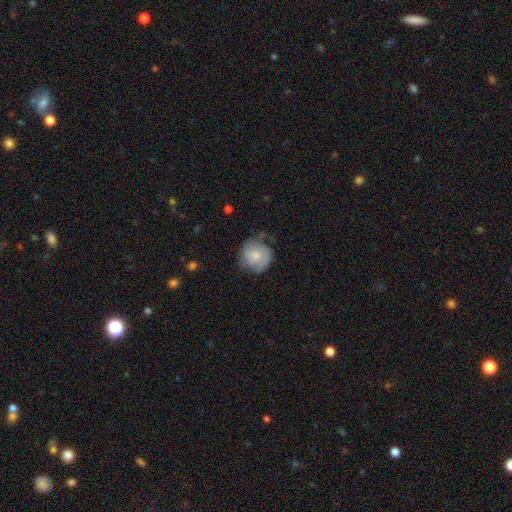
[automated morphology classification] This appears to be a smooth galaxy with no disk features (64%) that is round (90%). Merging: none (62%).